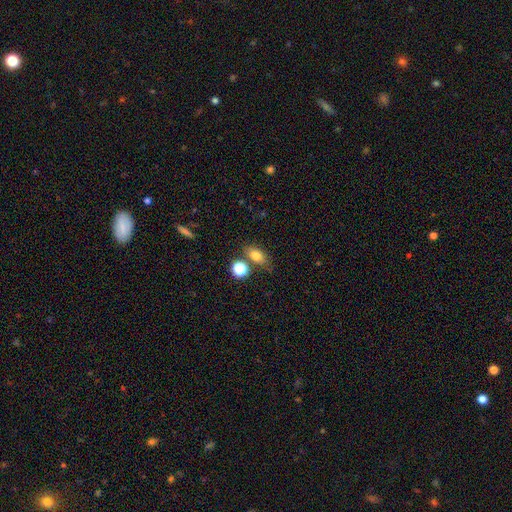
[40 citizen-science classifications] smooth_or_featured: smooth (p=0.82) [alt: star or artifact p=0.10]
how_rounded: in between (p=0.88) [alt: round p=0.09]
merging: none (p=0.61) [alt: minor disturbance p=0.17]